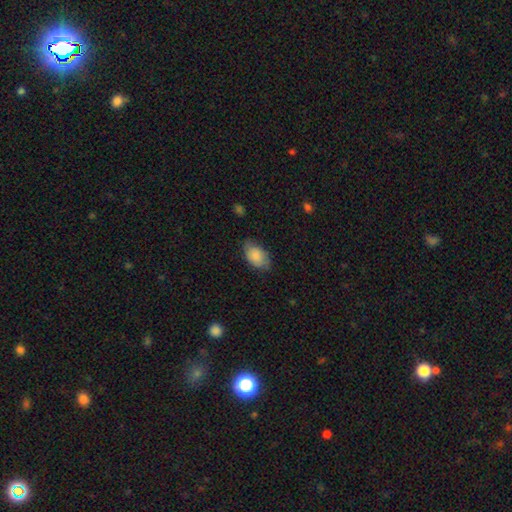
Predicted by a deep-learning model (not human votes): A smooth galaxy with no disk features (84%) that is in between round and cigar-shaped (91%). Merging: none (68%).